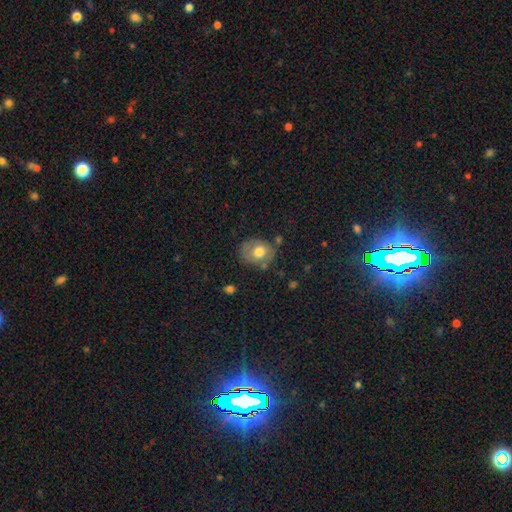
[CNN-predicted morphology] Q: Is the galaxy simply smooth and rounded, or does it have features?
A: smooth — 60%.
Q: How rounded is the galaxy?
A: round — 62%.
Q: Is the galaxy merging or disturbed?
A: none — 73%.